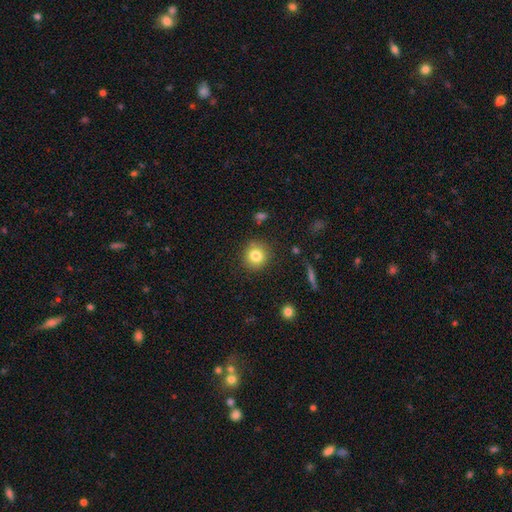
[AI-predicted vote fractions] Overall: smooth (81%). How rounded: round (88%). Merging: none (87%).